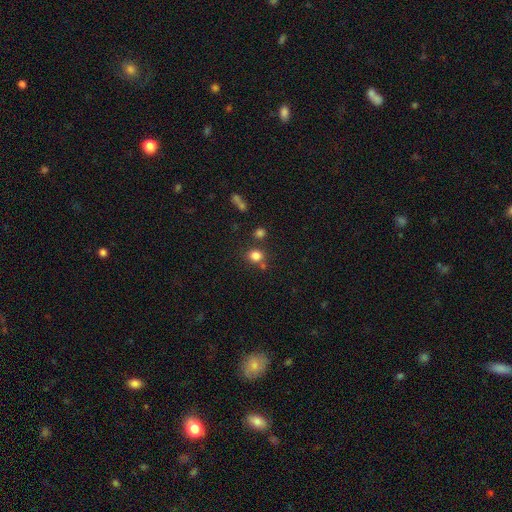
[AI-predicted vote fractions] Overall: smooth (81%). How rounded: round (80%). Merging: none (72%).